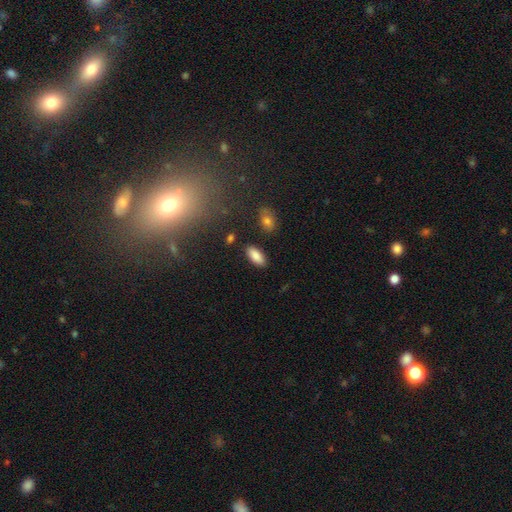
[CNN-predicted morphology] A smooth galaxy with no disk features (87%) that is in between round and cigar-shaped (86%). Merging: none (87%).